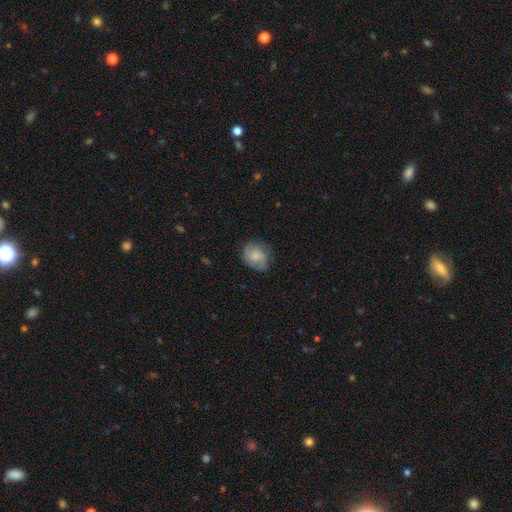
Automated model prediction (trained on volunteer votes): A smooth galaxy with no disk features (57%) that is round (60%).

Vote fractions:
- Smooth or featured? smooth: 57% / featured or disk: 35% / star or artifact: 8%
- How rounded? round: 60% / in between: 39% / cigar-shaped: 1%
- Merging? none: 67% / minor disturbance: 23% / major disturbance: 8% / merger: 1%